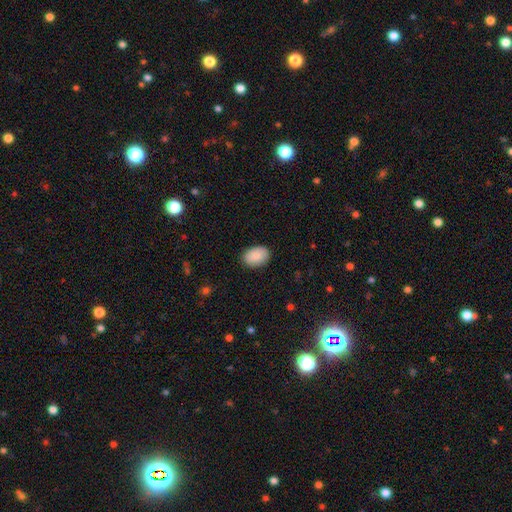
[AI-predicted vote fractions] smooth_or_featured: smooth (p=0.89) [alt: star or artifact p=0.06]
how_rounded: in between (p=0.84) [alt: round p=0.15]
merging: none (p=0.87) [alt: minor disturbance p=0.10]